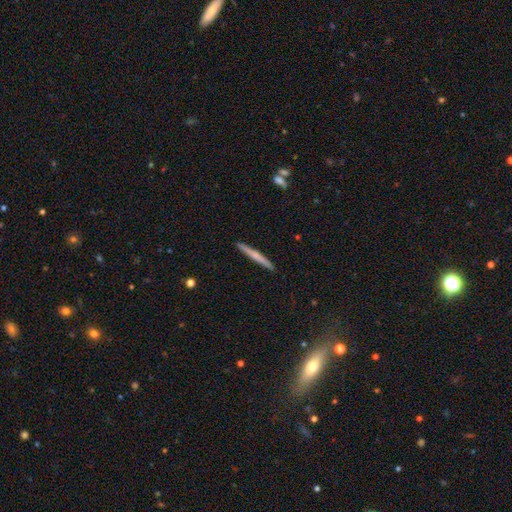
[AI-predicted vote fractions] This is possibly a smooth galaxy (55%). How rounded: clearly cigar-shaped (97%). Merging: clearly none (92%).